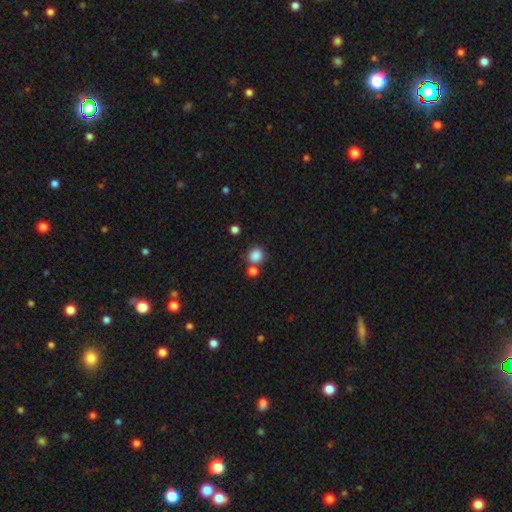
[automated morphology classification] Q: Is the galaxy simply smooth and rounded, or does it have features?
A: smooth — 85%.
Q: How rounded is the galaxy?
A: round — 88%.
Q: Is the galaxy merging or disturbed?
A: none — 68%.